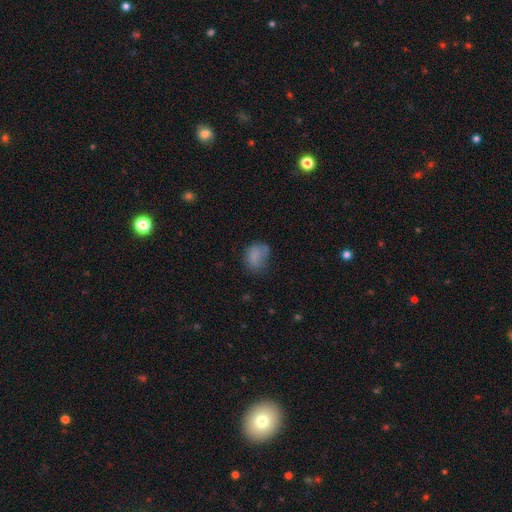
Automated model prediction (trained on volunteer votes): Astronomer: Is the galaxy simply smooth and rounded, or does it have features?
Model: smooth — 77%.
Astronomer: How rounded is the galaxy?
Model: in between — 64%.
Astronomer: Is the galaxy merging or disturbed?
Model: none — 49% (runner-up: minor disturbance, 31%).